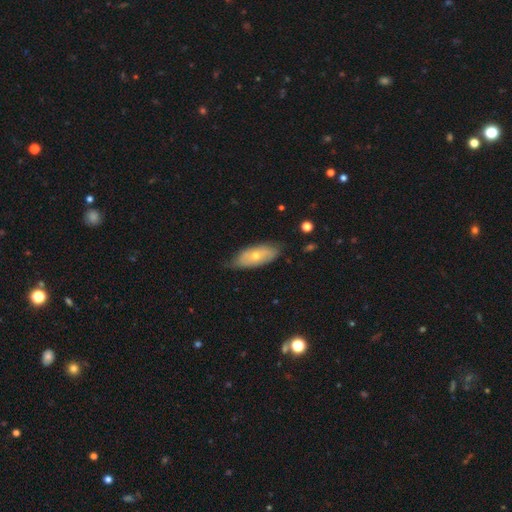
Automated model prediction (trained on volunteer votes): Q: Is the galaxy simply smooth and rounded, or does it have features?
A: smooth — 52%.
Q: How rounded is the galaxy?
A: in between — 85%.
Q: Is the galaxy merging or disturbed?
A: none — 66%.